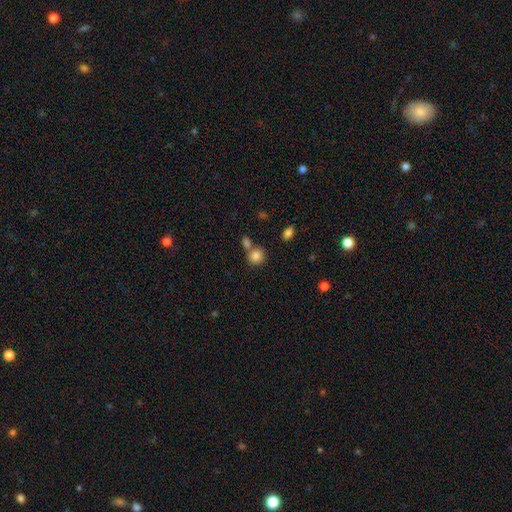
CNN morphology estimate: Smooth or featured? Predicted: smooth (p=0.84). How rounded? Predicted: round (p=0.77). Merging? Predicted: none (p=0.60).